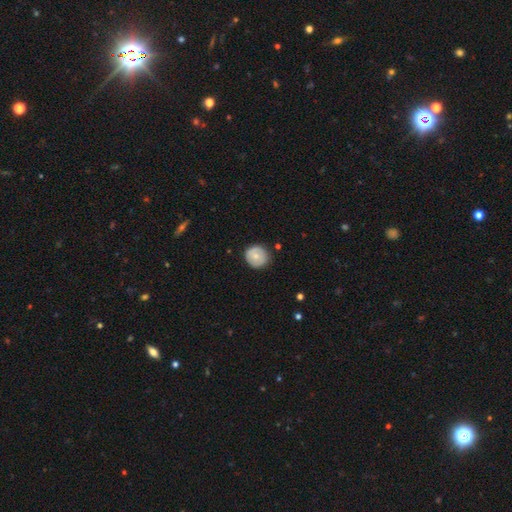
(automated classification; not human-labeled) Overall: smooth (64%; featured or disk 29%). How rounded: round (90%). Merging: none (82%).